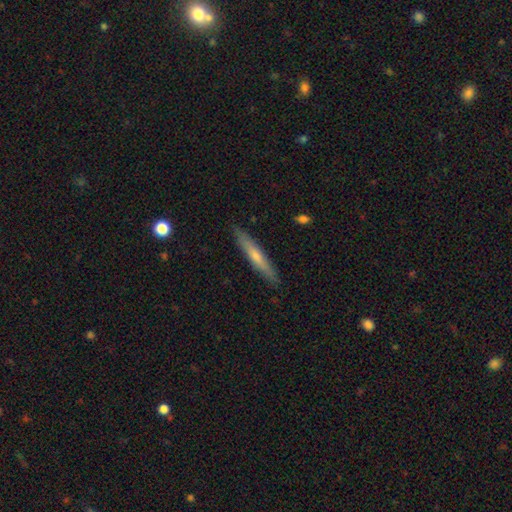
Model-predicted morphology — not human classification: This is possibly a smooth galaxy (50%). Merging: clearly none (90%).